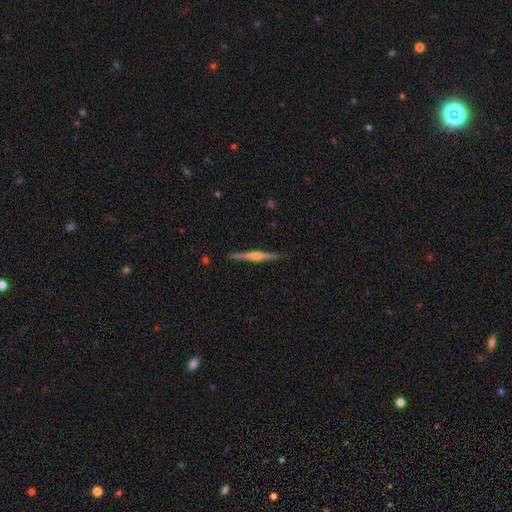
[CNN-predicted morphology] Smooth or featured? featured or disk (81%)
Edge-on disk? yes (98%)
Edge-on bulge? rounded (87%)
Merging? none (90%)